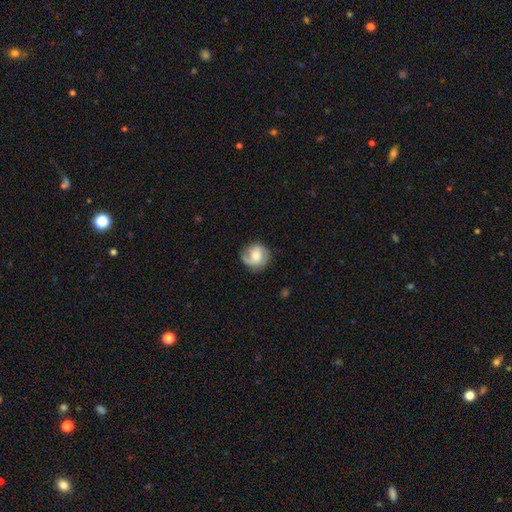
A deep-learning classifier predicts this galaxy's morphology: smooth_or_featured: featured or disk (p=0.54) [alt: smooth p=0.38]
disk_edge_on: no (p=0.97) [alt: yes p=0.03]
bar: no (p=0.64) [alt: weak p=0.30]
has_spiral_arms: yes (p=0.87) [alt: no p=0.13]
bulge_size: moderate (p=0.61) [alt: small p=0.26]
merging: none (p=0.71) [alt: minor disturbance p=0.20]